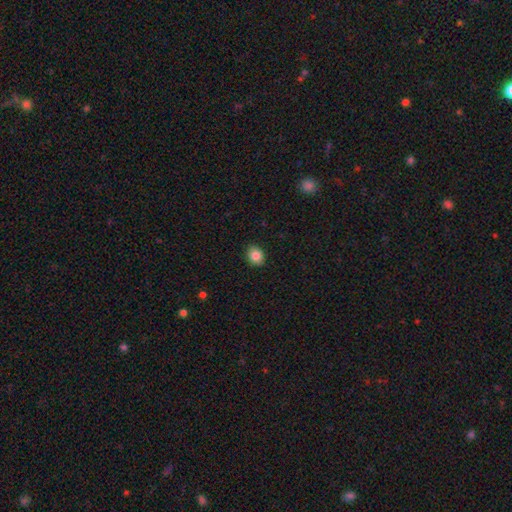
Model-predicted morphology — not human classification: Overall: smooth (85%). How rounded: round (50%; in between 49%). Merging: none (90%).